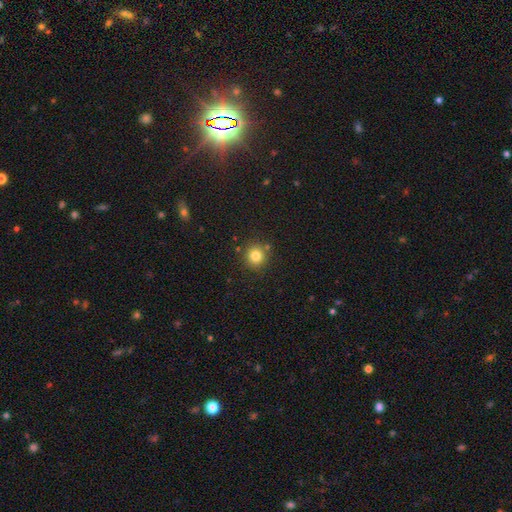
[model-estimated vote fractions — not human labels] A smooth galaxy with no disk features (81%) that is round (93%).

Vote fractions:
- Smooth or featured? smooth: 81% / star or artifact: 12% / featured or disk: 7%
- How rounded? round: 93% / in between: 6% / cigar-shaped: 1%
- Merging? none: 84% / minor disturbance: 8% / merger: 5% / major disturbance: 2%